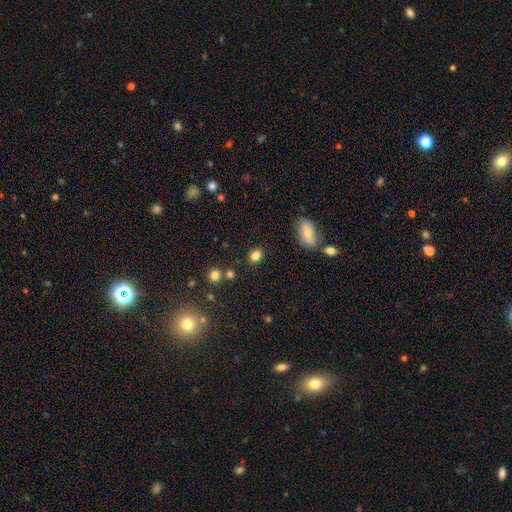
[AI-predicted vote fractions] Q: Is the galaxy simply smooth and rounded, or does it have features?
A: smooth — 82%.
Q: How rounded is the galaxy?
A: round — 57%.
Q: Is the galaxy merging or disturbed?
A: none — 85%.